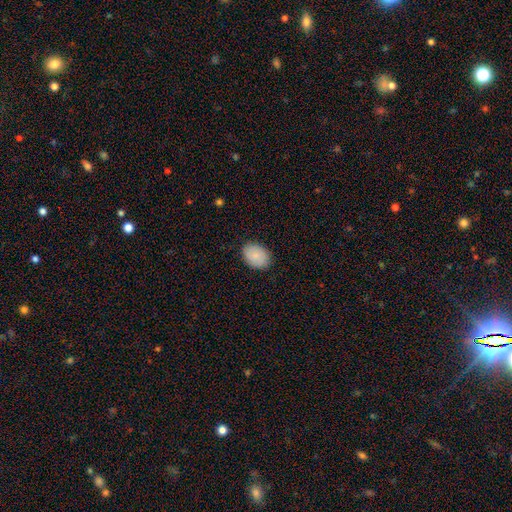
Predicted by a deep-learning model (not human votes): This appears to be a smooth galaxy with no disk features (87%) that is in between round and cigar-shaped (77%). Merging: none (86%).